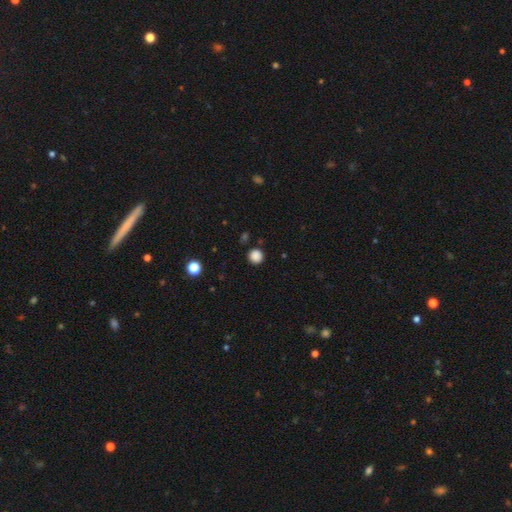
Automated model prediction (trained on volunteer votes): Smooth or featured: smooth — 86% (star or artifact — 11%)
How rounded: round — 94% (in between — 6%)
Merging: none — 89% (minor disturbance — 7%)